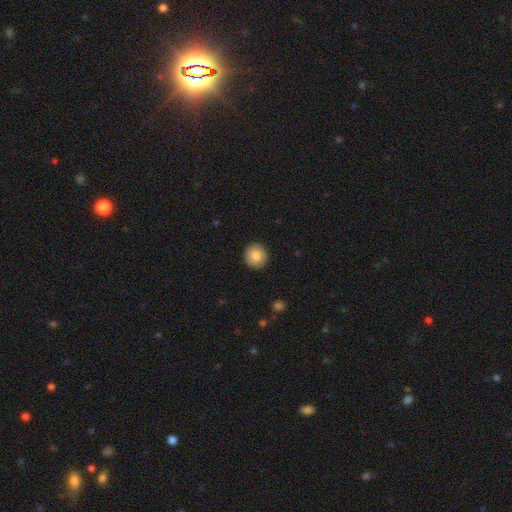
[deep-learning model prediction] A smooth galaxy with no disk features (84%) that is round (91%). Merging: none (92%).